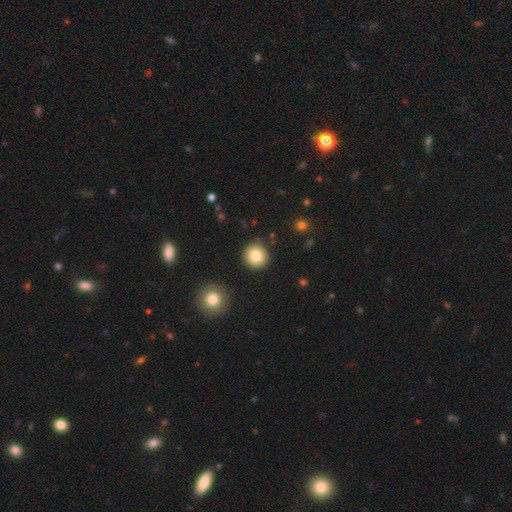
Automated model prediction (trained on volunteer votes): Smooth or featured? Predicted: smooth (p=0.80). How rounded? Predicted: round (p=0.93). Merging? Predicted: none (p=0.90).